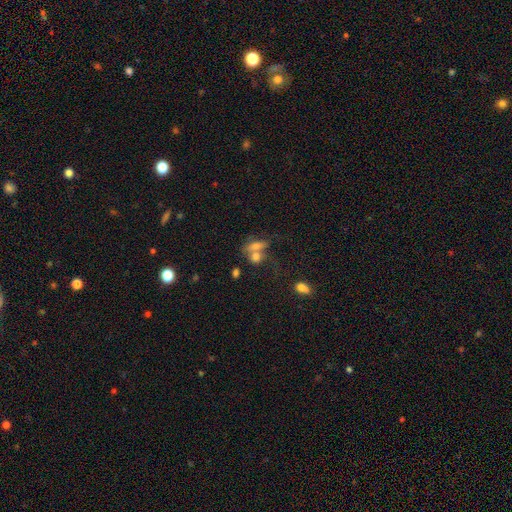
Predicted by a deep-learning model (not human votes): The model was most divided on "merging": merger: 53%, none: 28%, minor disturbance: 10%, major disturbance: 9%. More confident: smooth or featured — smooth (69%); how rounded — in between (62%).